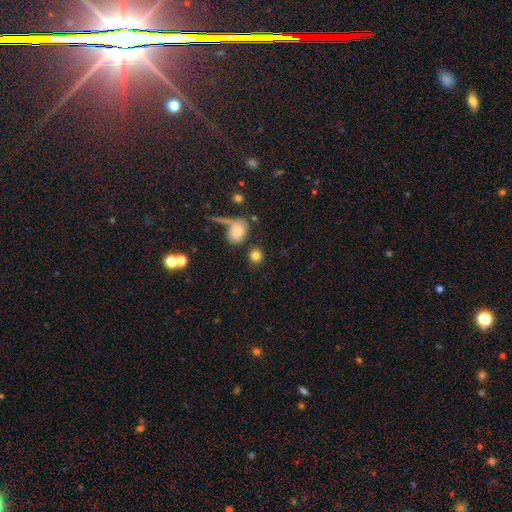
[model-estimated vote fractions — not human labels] Smooth or featured? Predicted: smooth (p=0.83). How rounded? Predicted: round (p=0.76). Merging? Predicted: none (p=0.74).